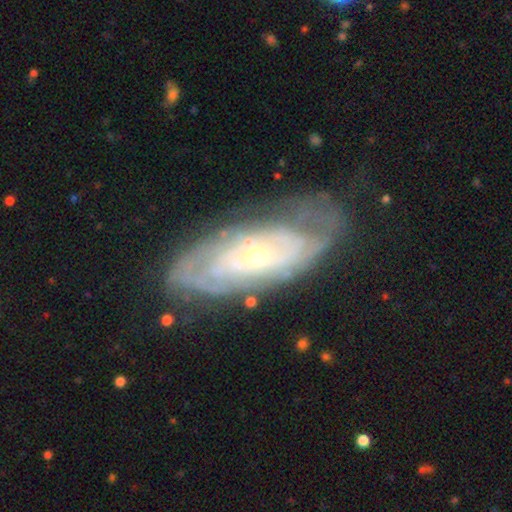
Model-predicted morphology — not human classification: Smooth or featured? featured or disk (79%)
Edge-on disk? no (89%)
Bar? no (78%)
Spiral arms? yes (80%)
Spiral winding? tight (75%)
Spiral arm count? can't tell (59%)
Bulge size? small (64%)
Merging? none (69%)